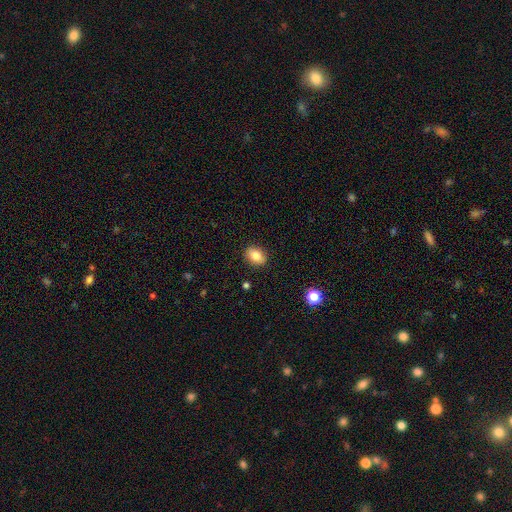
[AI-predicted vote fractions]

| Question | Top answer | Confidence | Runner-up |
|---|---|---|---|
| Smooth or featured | smooth | 81% | featured or disk (10%) |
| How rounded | in between | 69% | round (29%) |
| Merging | none | 89% | minor disturbance (8%) |